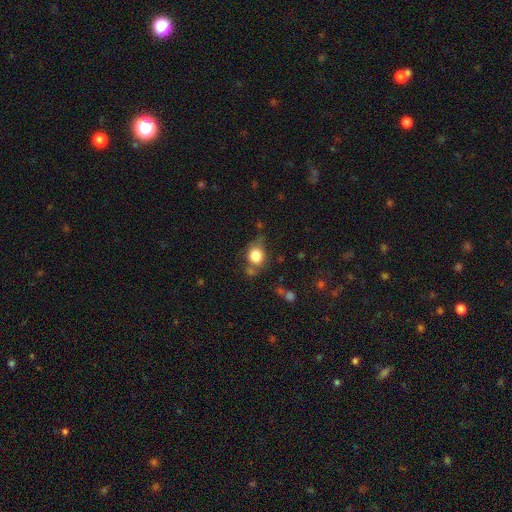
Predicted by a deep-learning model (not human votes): smooth 80%, star or artifact 10%, featured or disk 10%. Down the decision tree: how rounded — round (70%); merging — none (55%).